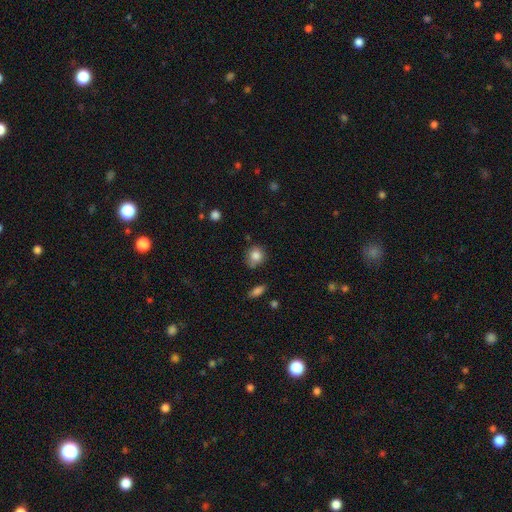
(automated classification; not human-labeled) smooth-or-featured: smooth: 83% | star or artifact: 9% | featured or disk: 7%
  how-rounded: round: 79% | in between: 20% | cigar-shaped: 1%
  merging: none: 72% | minor disturbance: 20% | major disturbance: 4% | merger: 4%